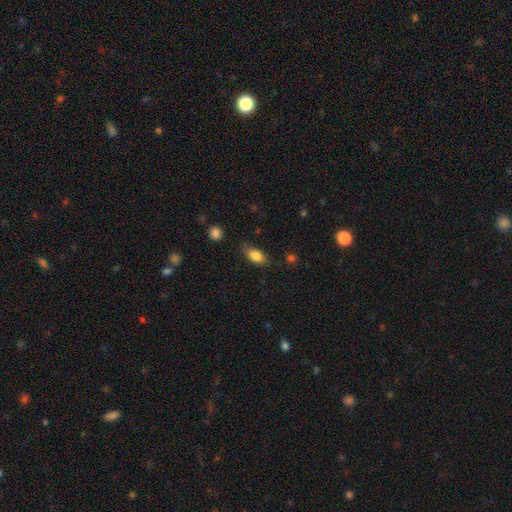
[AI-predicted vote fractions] Morphology: type=smooth (84%); roundness=in between (87%); merging=none (75%).